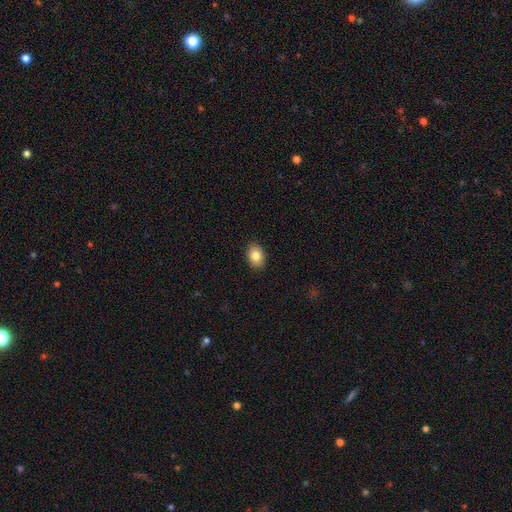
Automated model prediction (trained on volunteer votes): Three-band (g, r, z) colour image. It shows a smooth galaxy with no disk features (83%) that is in between round and cigar-shaped (75%). Merging: none (90%).